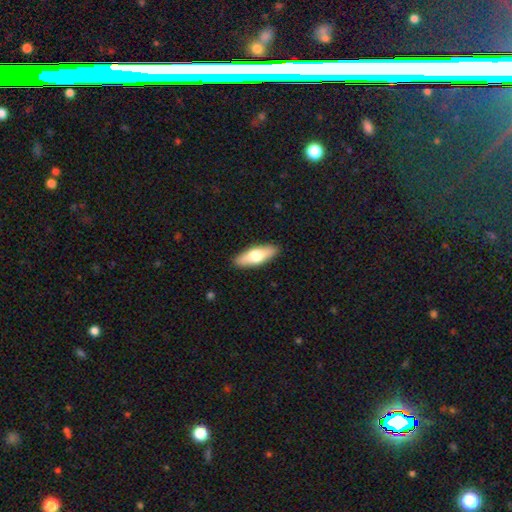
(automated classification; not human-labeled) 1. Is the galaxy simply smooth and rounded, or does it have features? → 63% smooth, 32% featured or disk, 5% star or artifact.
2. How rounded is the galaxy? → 62% in between, 36% cigar-shaped, 3% round.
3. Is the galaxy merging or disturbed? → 90% none, 7% minor disturbance, 2% major disturbance, 1% merger.